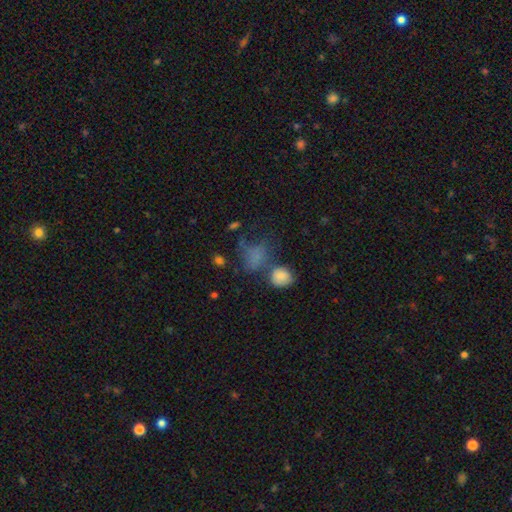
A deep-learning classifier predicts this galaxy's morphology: smooth_or_featured: smooth (p=0.70) [alt: star or artifact p=0.16]
how_rounded: round (p=0.50) [alt: in between p=0.48]
merging: none (p=0.35) [alt: merger p=0.25]